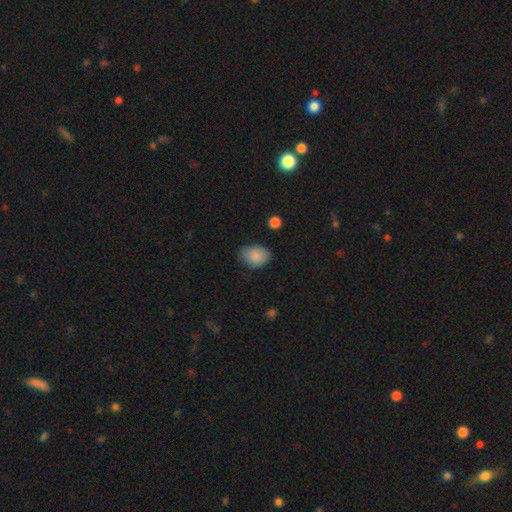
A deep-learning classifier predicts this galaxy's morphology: smooth-or-featured: smooth: 87% | star or artifact: 8% | featured or disk: 6%
  how-rounded: in between: 64% | round: 35% | cigar-shaped: 1%
  merging: none: 69% | minor disturbance: 24% | major disturbance: 5% | merger: 2%